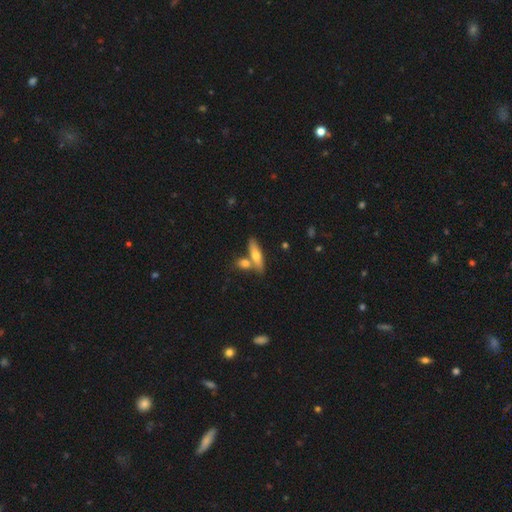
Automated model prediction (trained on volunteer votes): Morphology: type=smooth (60%); roundness=cigar-shaped (57%); merging=none (57%).